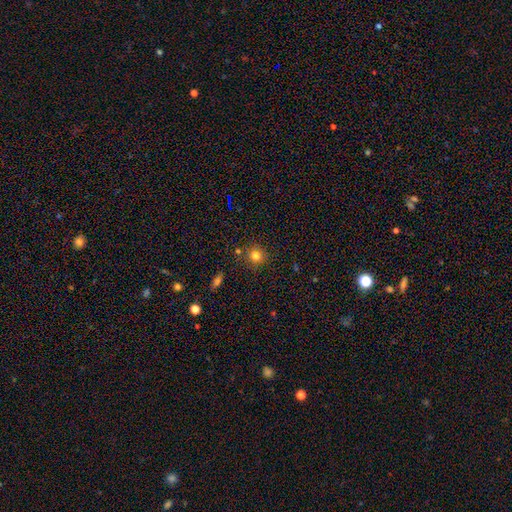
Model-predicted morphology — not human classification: type=smooth (79%); roundness=round (91%); merging=none (84%).